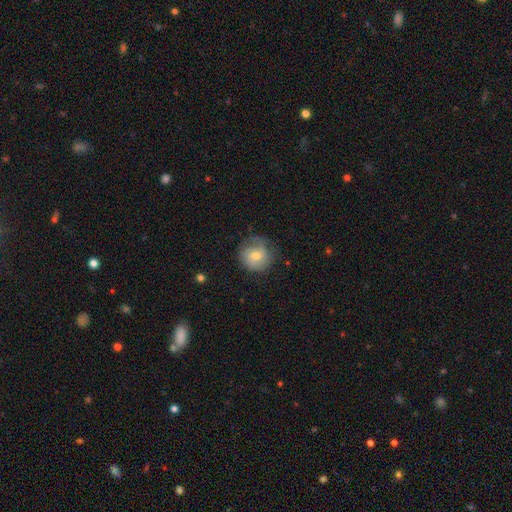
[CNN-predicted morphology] smooth 57%, featured or disk 34%, star or artifact 8%. Down the decision tree: how rounded — round (89%); merging — none (63%).